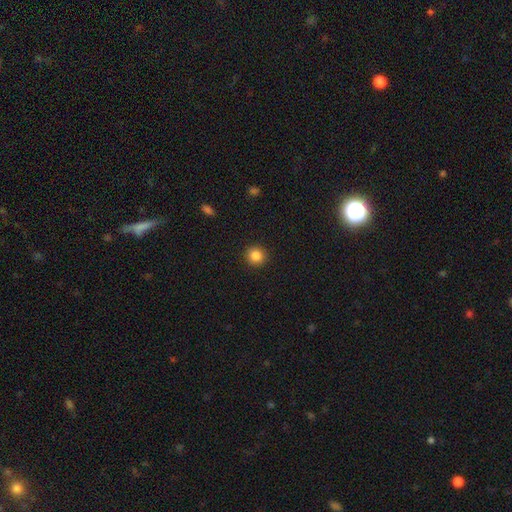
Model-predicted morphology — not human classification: Overall: smooth (86%). How rounded: round (92%). Merging: none (92%).